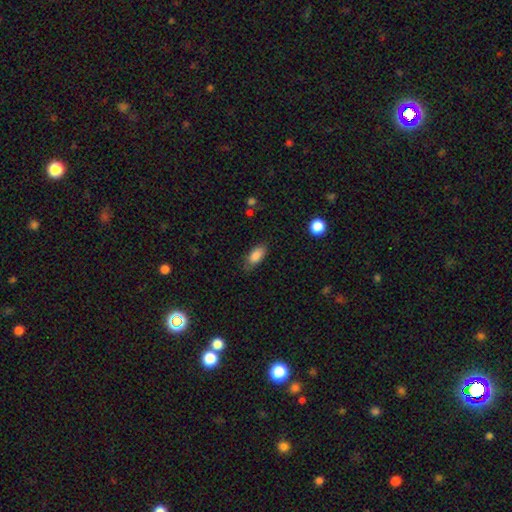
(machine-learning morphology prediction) This is clearly a smooth galaxy (86%). How rounded: clearly in between (87%). Merging: likely none (72%).